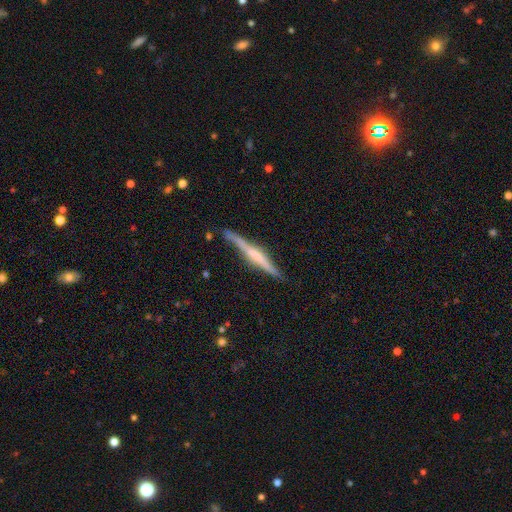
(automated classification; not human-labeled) Smooth or featured?
  - featured or disk: 71% *
  - smooth: 23%
  - star or artifact: 6%
Edge-on disk?
  - yes: 97% *
  - no: 3%
Edge-on bulge?
  - rounded: 43% *
  - boxy: 33%
  - none: 24%
Merging?
  - none: 82% *
  - minor disturbance: 13%
  - major disturbance: 3%
  - merger: 2%